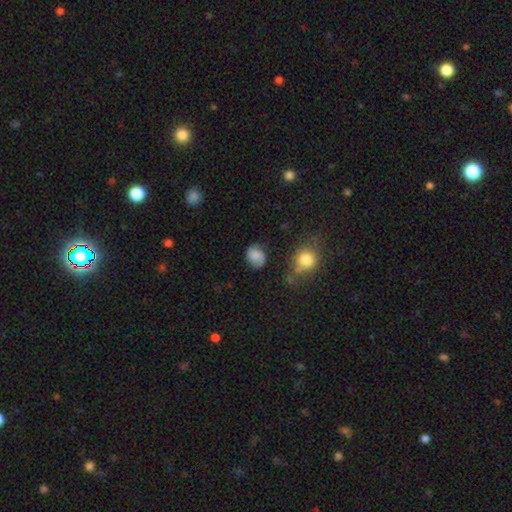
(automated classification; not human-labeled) Overall: smooth (66%). How rounded: round (67%; in between 32%). Merging: none (68%).